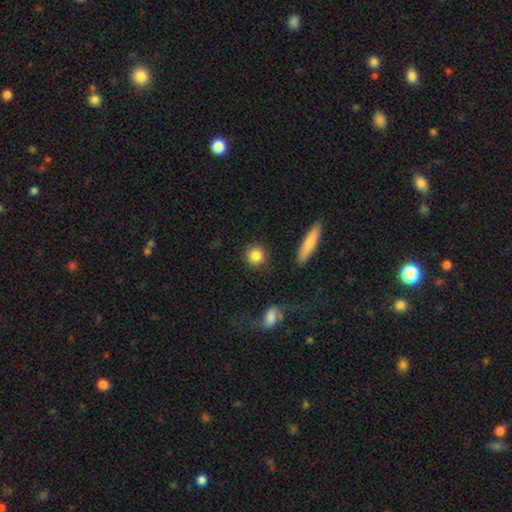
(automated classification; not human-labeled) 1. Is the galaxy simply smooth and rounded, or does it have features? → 85% smooth, 8% star or artifact, 7% featured or disk.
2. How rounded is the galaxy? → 89% round, 8% in between, 2% cigar-shaped.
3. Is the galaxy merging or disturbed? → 88% none, 7% minor disturbance, 3% major disturbance, 2% merger.